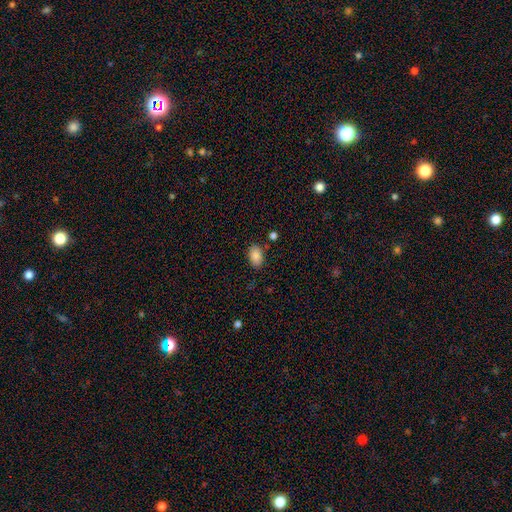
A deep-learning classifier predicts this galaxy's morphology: The model was most divided on "merging": none: 82%, minor disturbance: 12%, merger: 3%, major disturbance: 3%. More confident: how rounded — in between (87%); smooth or featured — smooth (86%).